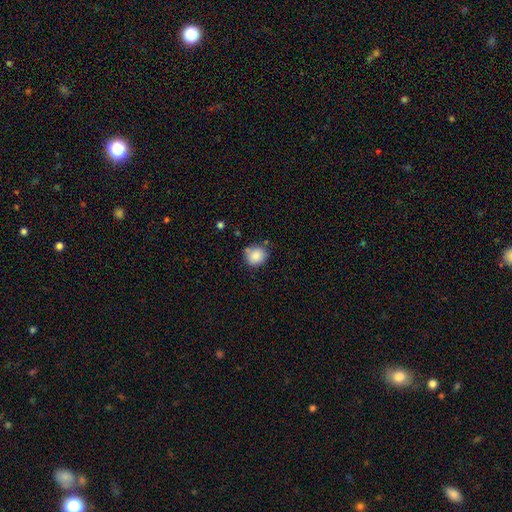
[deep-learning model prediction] smooth 86%, star or artifact 8%, featured or disk 5%. Down the decision tree: how rounded — round (84%); merging — none (72%).